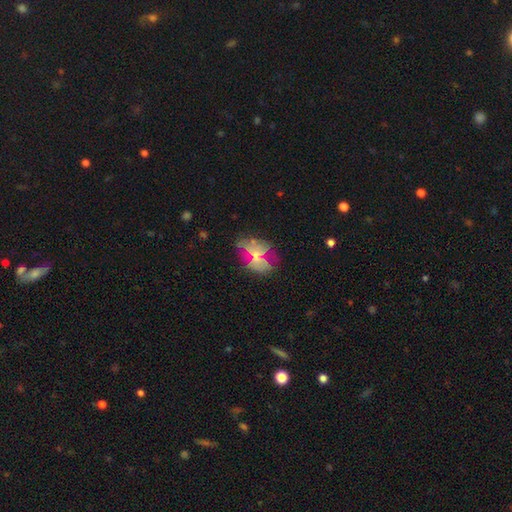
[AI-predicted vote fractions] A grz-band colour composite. It shows a featured or disk galaxy (46%). Merging: none (62%).